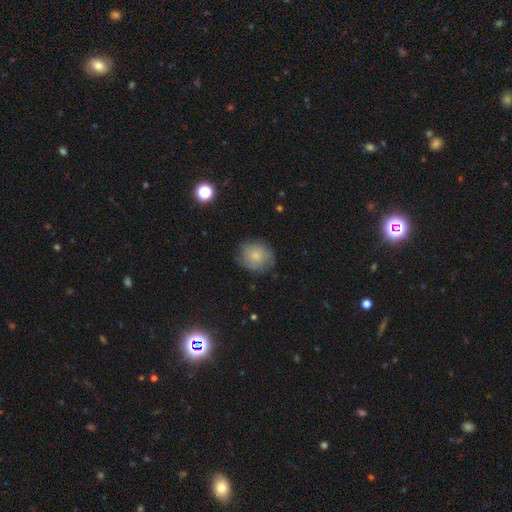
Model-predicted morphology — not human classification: Smooth or featured? smooth (73%)
How rounded? round (78%)
Merging? none (72%)